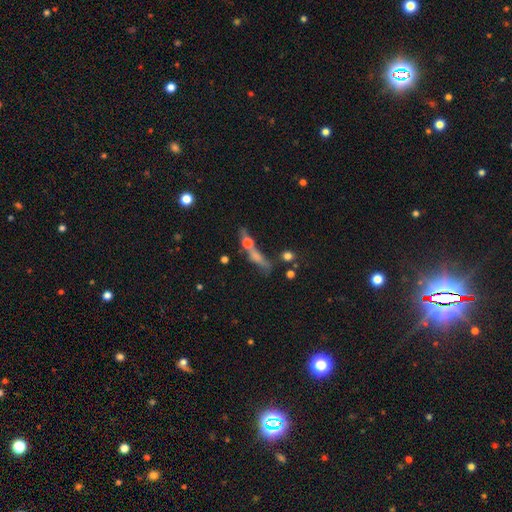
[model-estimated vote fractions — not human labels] A featured or disk galaxy (40%). Merging: none (40%).